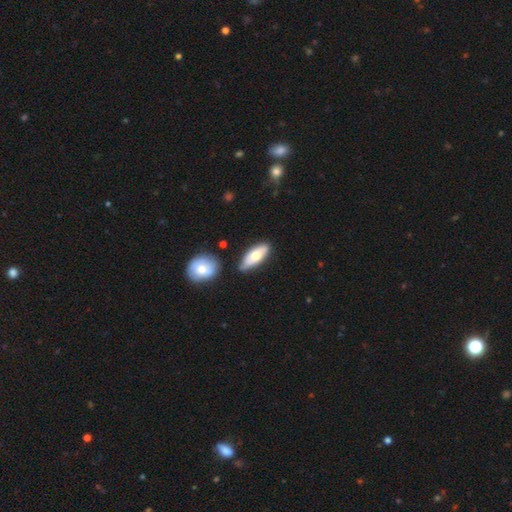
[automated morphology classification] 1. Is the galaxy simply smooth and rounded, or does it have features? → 63% smooth, 31% featured or disk, 6% star or artifact.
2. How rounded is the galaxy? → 75% in between, 23% cigar-shaped, 2% round.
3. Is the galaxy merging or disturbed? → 72% none, 17% minor disturbance, 7% merger, 3% major disturbance.